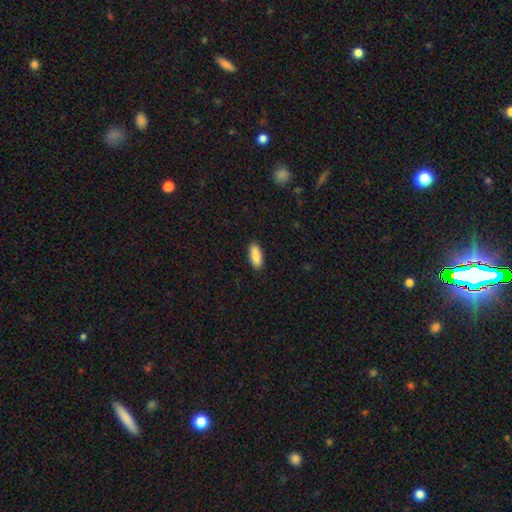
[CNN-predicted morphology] smooth_or_featured: smooth (p=0.90) [alt: star or artifact p=0.06]
how_rounded: in between (p=0.78) [alt: cigar-shaped p=0.20]
merging: none (p=0.90) [alt: minor disturbance p=0.07]